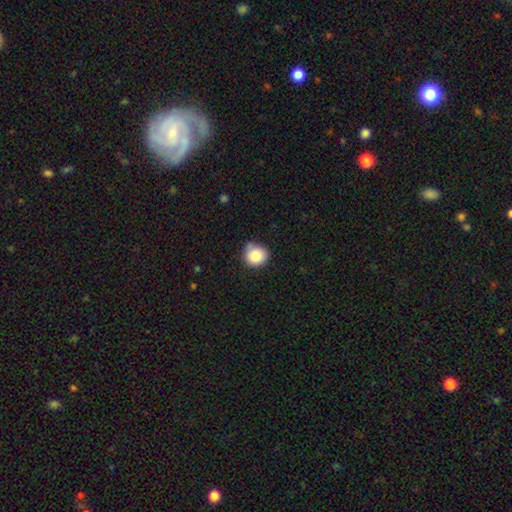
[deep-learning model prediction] A smooth galaxy with no disk features (85%) that is round (89%). Merging: none (65%).